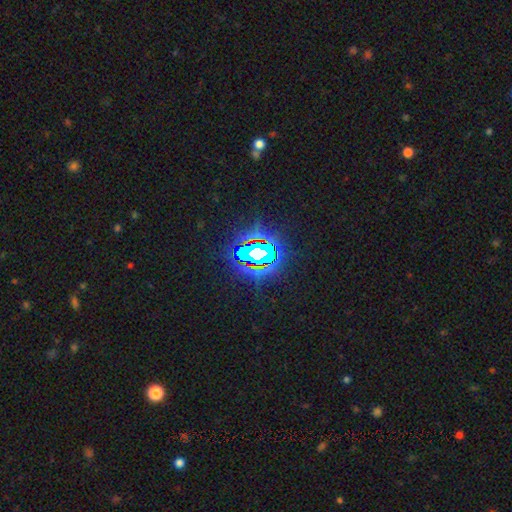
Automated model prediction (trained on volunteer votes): A star or artifact, not a galaxy (76%).

Vote fractions:
- Smooth or featured? star or artifact: 76% / smooth: 12% / featured or disk: 11%